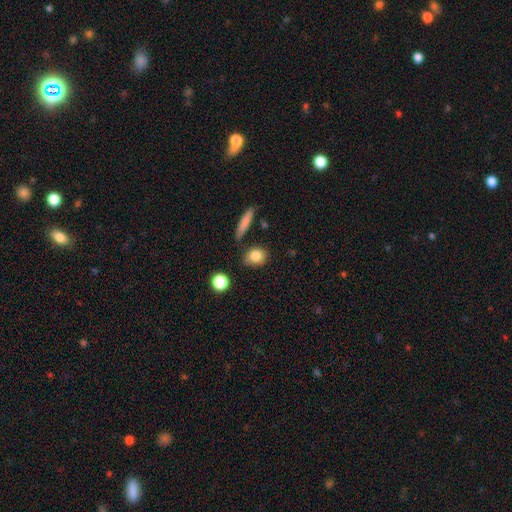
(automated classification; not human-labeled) A smooth galaxy with no disk features (83%) that is round (51%). Merging: none (73%).